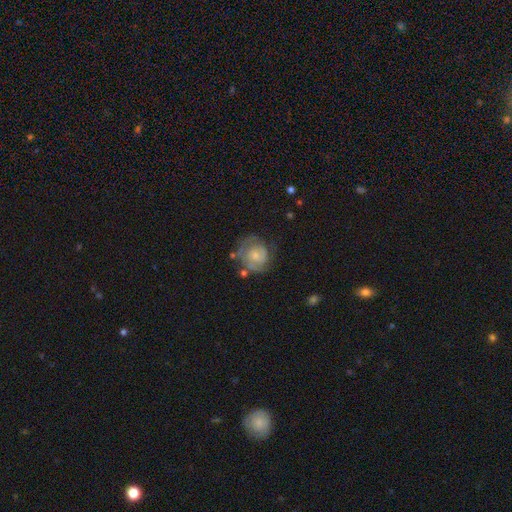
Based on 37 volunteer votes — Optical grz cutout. It shows a featured or disk galaxy (70%) with no bar (64%), tight (57%) spiral arms (84%) and a small central bulge (60%). Merging: none (53%).